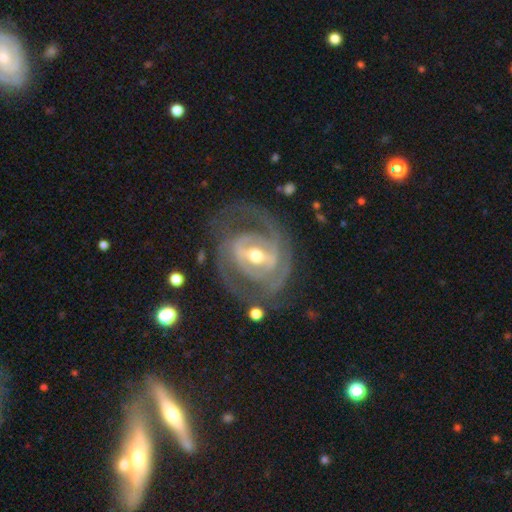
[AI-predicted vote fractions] A featured or disk galaxy (86%) with a strong bar (50%), 2 (58%) tight (49%) spiral arms (83%) and a moderate central bulge (69%). Merging: none (66%).